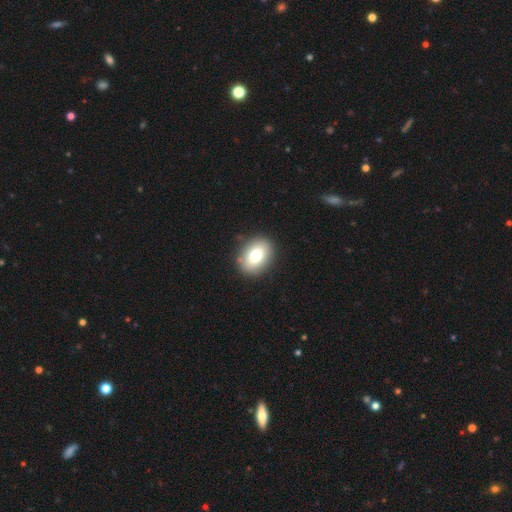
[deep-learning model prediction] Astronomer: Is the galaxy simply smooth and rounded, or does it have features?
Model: smooth — 79%.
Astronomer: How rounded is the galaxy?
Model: in between — 71%.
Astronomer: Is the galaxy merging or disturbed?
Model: none — 88%.